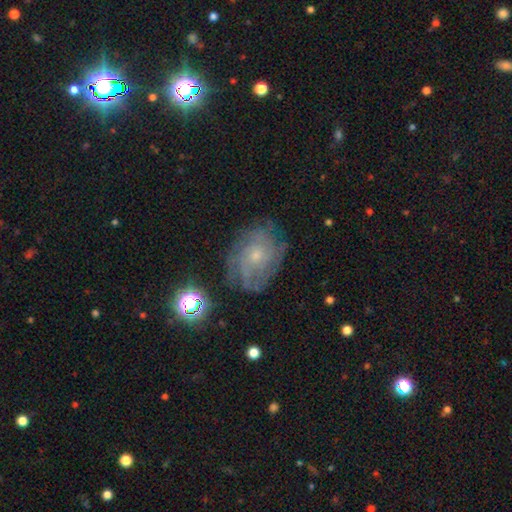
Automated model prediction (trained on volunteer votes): Morphology: type=featured or disk (70%); edge-on=no (97%); bar=no (80%); spiral arms=yes (88%); winding=tight (60%); arm count=can't tell (51%); bulge=small (71%); merging=none (72%).